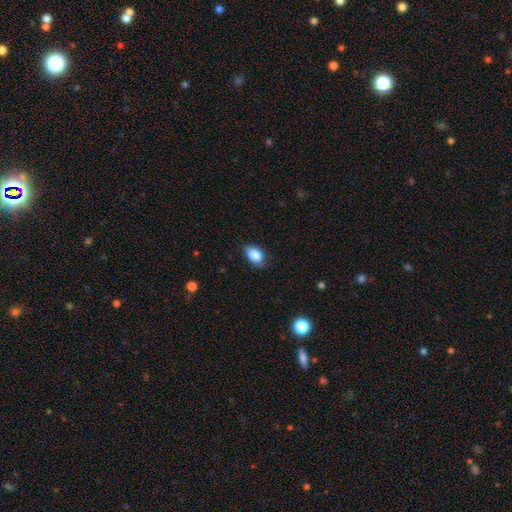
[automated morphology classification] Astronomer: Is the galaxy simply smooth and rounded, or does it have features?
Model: smooth — 84%.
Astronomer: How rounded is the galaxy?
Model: in between — 83%.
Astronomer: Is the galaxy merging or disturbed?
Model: none — 70%.